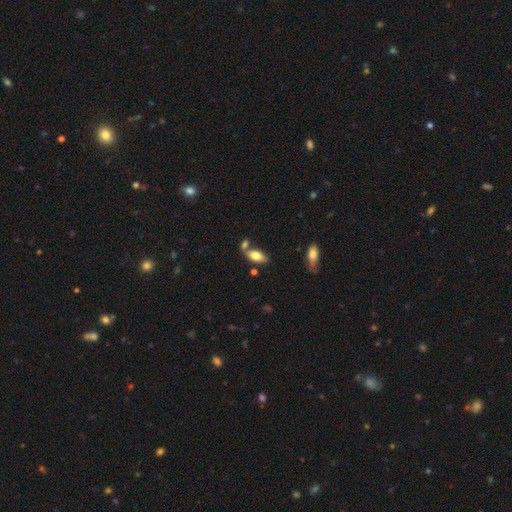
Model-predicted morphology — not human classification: type=smooth (74%); roundness=in between (85%); merging=none (58%).